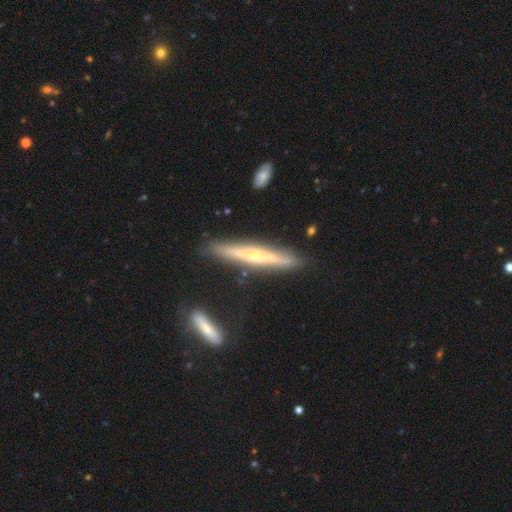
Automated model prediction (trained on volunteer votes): This is likely a featured or disk galaxy (73%). It is clearly viewed edge-on (93%). Edge-on bulge: likely rounded (72%). Merging: clearly none (83%).